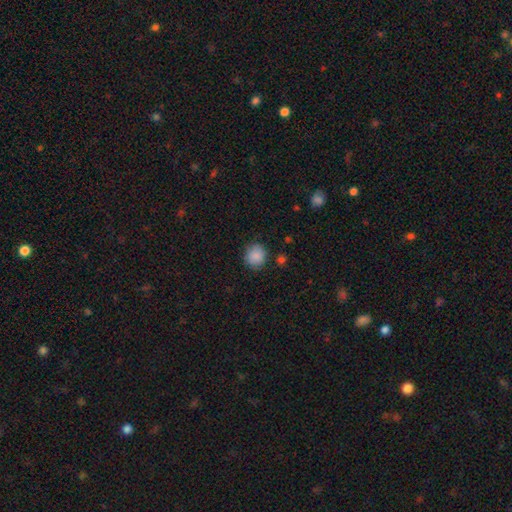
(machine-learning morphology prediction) smooth_or_featured: smooth (p=0.88) [alt: star or artifact p=0.08]
how_rounded: round (p=0.87) [alt: in between p=0.12]
merging: none (p=0.85) [alt: minor disturbance p=0.10]